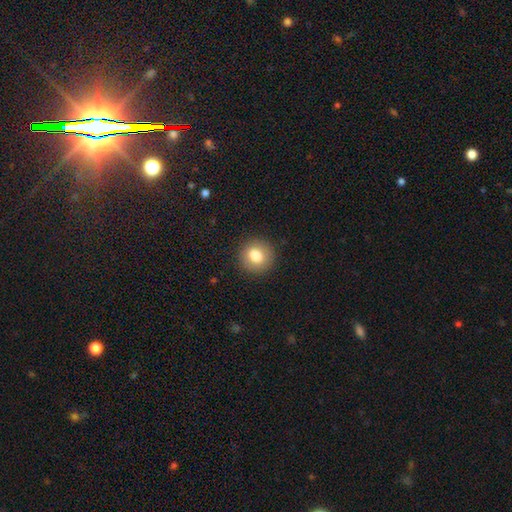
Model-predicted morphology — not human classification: The model was most divided on "smooth or featured": smooth: 79%, featured or disk: 12%, star or artifact: 9%. More confident: merging — none (91%); how rounded — round (90%).